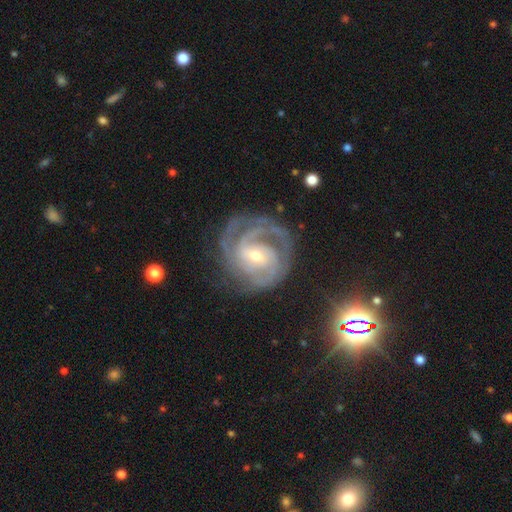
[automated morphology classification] This is clearly a featured or disk galaxy (90%). It is clearly not viewed edge-on (98%). Bar: possibly weak (46%). Spiral arm pattern: clearly yes (98%). Spiral arm count: marginally 3 (33%). Spiral winding: likely tight (66%). Central bulge: possibly small (54%). Merging: likely none (70%).